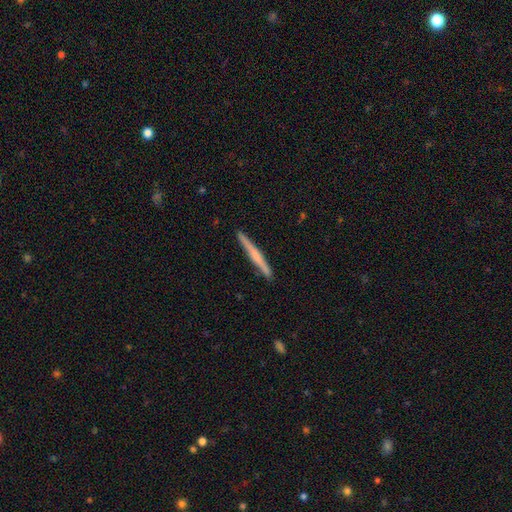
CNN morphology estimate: This is possibly a featured or disk galaxy (51%). It is clearly viewed edge-on (98%). Edge-on bulge: possibly none (49%). Merging: clearly none (92%).